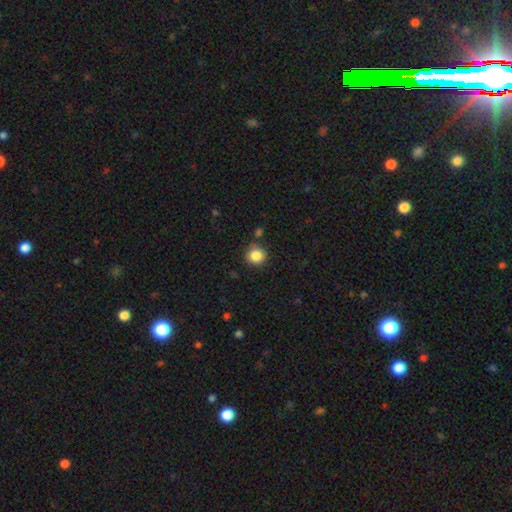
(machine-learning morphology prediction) Q: Smooth or featured?
A: smooth (85%); runner-up: star or artifact (10%)
Q: How rounded?
A: round (92%); runner-up: in between (7%)
Q: Merging?
A: none (84%); runner-up: minor disturbance (9%)